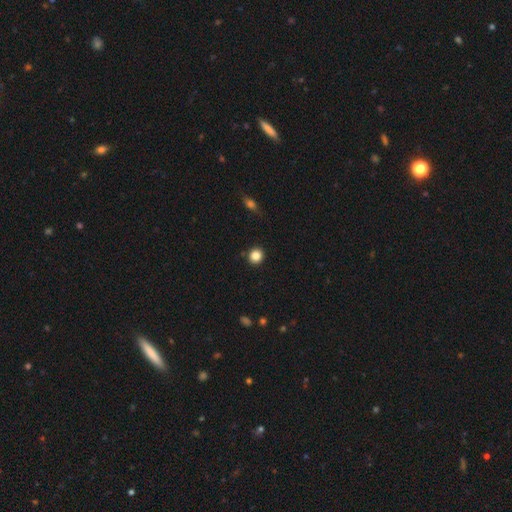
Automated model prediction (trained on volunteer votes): Smooth or featured?
  - smooth: 85% *
  - star or artifact: 11%
  - featured or disk: 4%
How rounded?
  - round: 90% *
  - in between: 9%
  - cigar-shaped: 1%
Merging?
  - none: 90% *
  - minor disturbance: 6%
  - major disturbance: 2%
  - merger: 2%